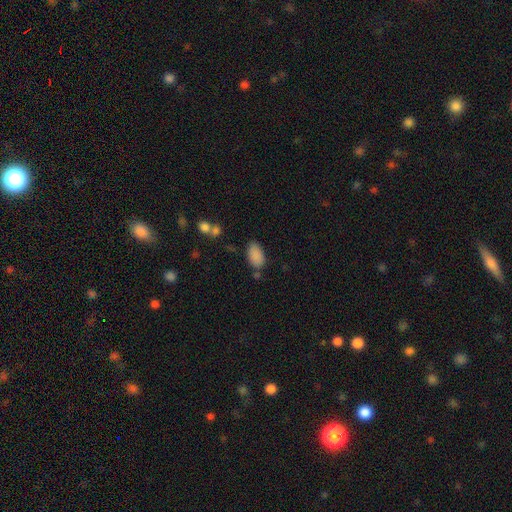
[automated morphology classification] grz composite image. It shows a smooth galaxy with no disk features (87%) that is in between round and cigar-shaped (93%). Merging: none (69%).